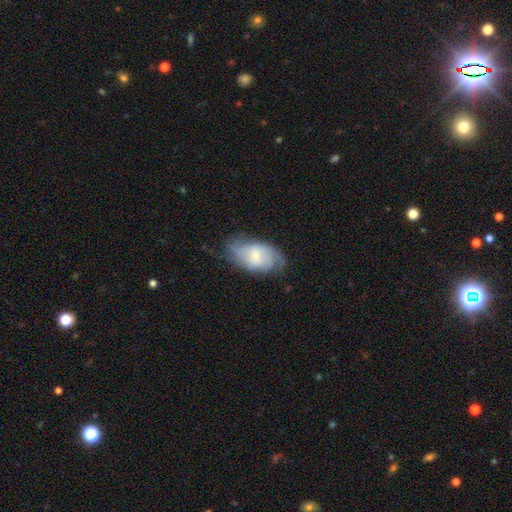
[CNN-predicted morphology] This appears to be a featured or disk galaxy (58%) with no bar (57%), spiral arms (84%) and a small central bulge (62%). Merging: none (66%).